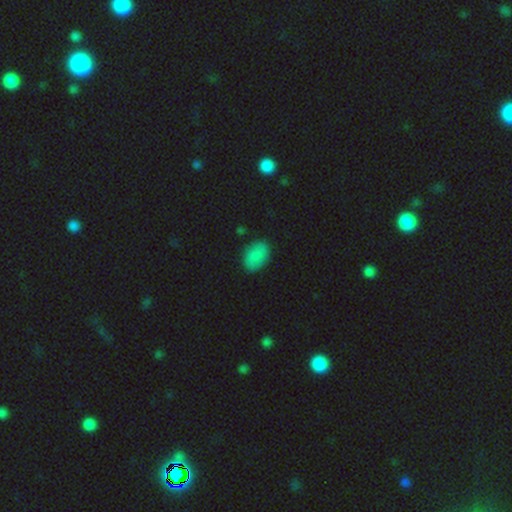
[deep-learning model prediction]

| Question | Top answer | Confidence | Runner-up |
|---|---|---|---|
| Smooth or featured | smooth | 83% | star or artifact (10%) |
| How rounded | in between | 86% | round (13%) |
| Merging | none | 83% | minor disturbance (13%) |